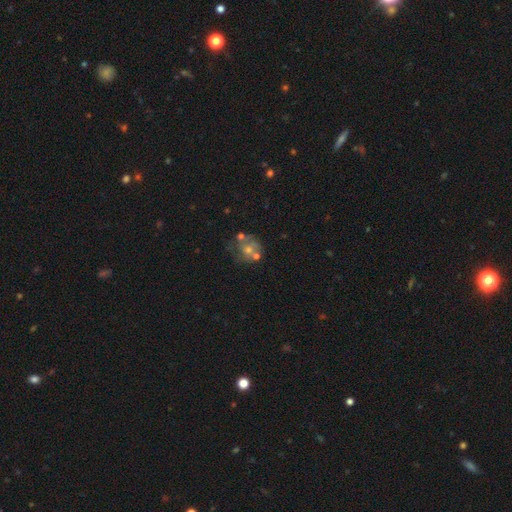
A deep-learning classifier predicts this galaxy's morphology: Smooth or featured?
  - smooth: 36% *
  - star or artifact: 32%
  - featured or disk: 31%
Merging?
  - none: 51% *
  - merger: 26%
  - minor disturbance: 13%
  - major disturbance: 10%